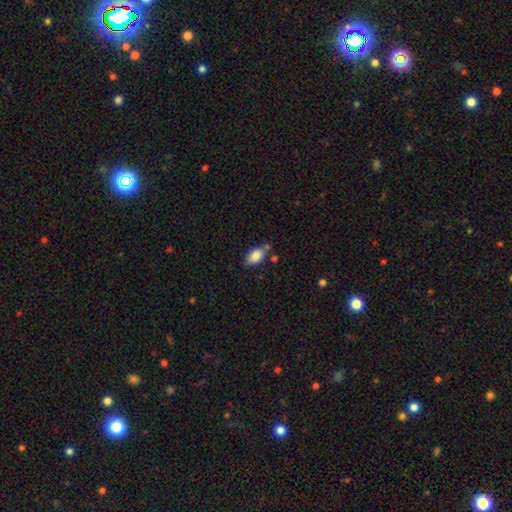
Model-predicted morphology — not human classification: smooth-or-featured: smooth: 85% | star or artifact: 8% | featured or disk: 7%
  how-rounded: in between: 91% | round: 6% | cigar-shaped: 3%
  merging: none: 67% | minor disturbance: 18% | merger: 10% | major disturbance: 4%